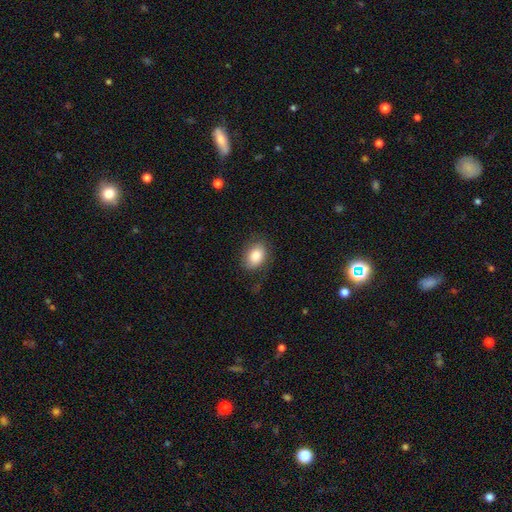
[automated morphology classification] This is clearly a smooth galaxy (83%). How rounded: likely in between (78%). Merging: likely none (75%).